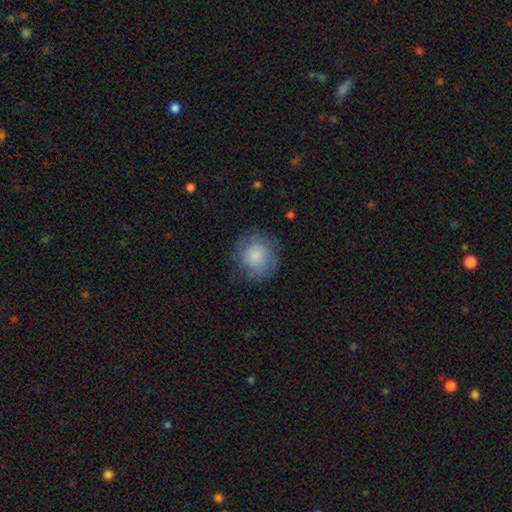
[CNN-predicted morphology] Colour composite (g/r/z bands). It shows a smooth galaxy with no disk features (73%) that is round (88%). Merging: none (69%).